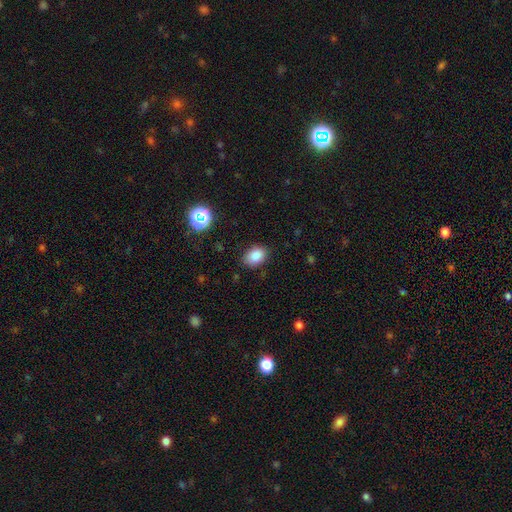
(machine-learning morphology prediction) Q: Smooth or featured?
A: smooth (85%); runner-up: star or artifact (10%)
Q: How rounded?
A: in between (80%); runner-up: round (19%)
Q: Merging?
A: none (83%); runner-up: minor disturbance (13%)